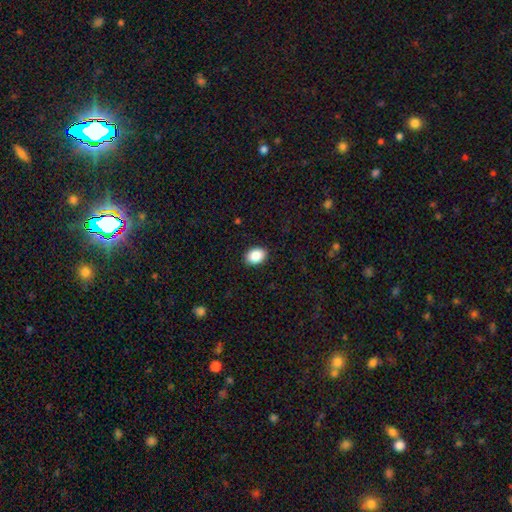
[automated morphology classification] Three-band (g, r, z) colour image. It shows a smooth galaxy with no disk features (88%) that is in between round and cigar-shaped (75%). Merging: none (90%).